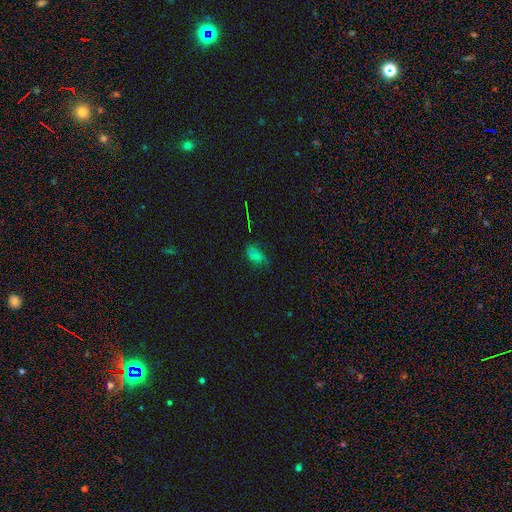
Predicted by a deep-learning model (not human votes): Smooth or featured?
  - smooth: 60% *
  - star or artifact: 20%
  - featured or disk: 20%
How rounded?
  - in between: 87% *
  - round: 10%
  - cigar-shaped: 3%
Merging?
  - none: 52% *
  - minor disturbance: 32%
  - major disturbance: 14%
  - merger: 2%